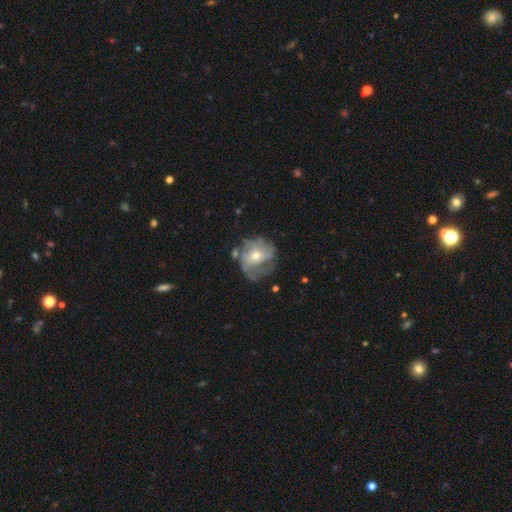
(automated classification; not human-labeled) Smooth or featured? featured or disk (72%)
Edge-on disk? no (97%)
Bar? no (70%)
Spiral arms? yes (79%)
Spiral winding? tight (39%)
Spiral arm count? can't tell (39%)
Bulge size? moderate (54%)
Merging? none (48%)